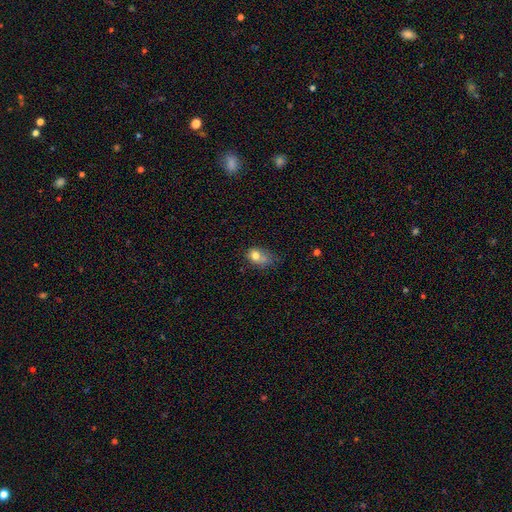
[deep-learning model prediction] smooth_or_featured: smooth (p=0.74) [alt: featured or disk p=0.15]
how_rounded: in between (p=0.63) [alt: round p=0.36]
merging: minor disturbance (p=0.33) [alt: none p=0.32]